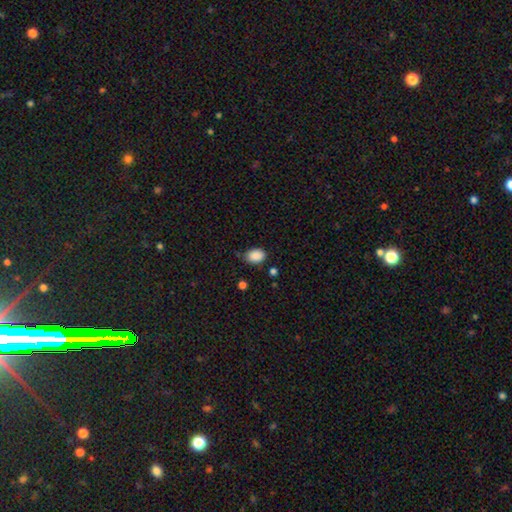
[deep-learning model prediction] Smooth or featured? Predicted: smooth (p=0.88). How rounded? Predicted: in between (p=0.73). Merging? Predicted: none (p=0.76).